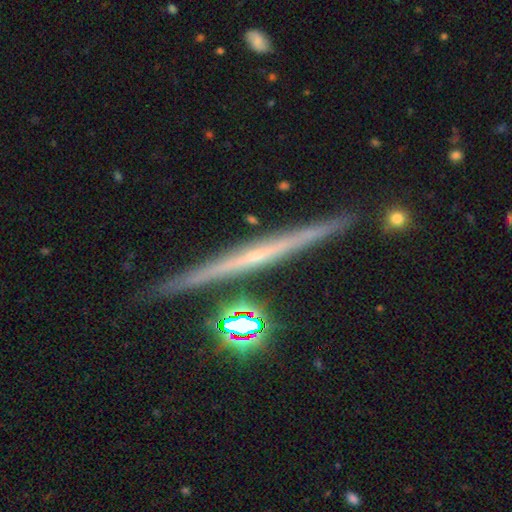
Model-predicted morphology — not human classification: Q: Smooth or featured?
A: featured or disk (75%); runner-up: smooth (16%)
Q: Edge-on disk?
A: yes (97%); runner-up: no (3%)
Q: Edge-on bulge?
A: none (68%); runner-up: rounded (27%)
Q: Merging?
A: none (87%); runner-up: minor disturbance (8%)